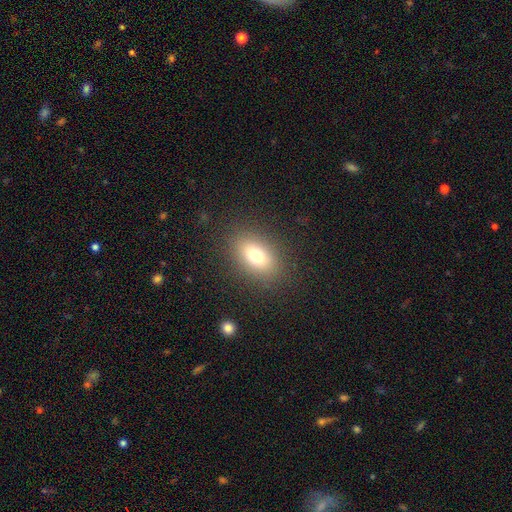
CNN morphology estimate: This appears to be a smooth galaxy with no disk features (74%) that is in between round and cigar-shaped (81%). Merging: none (85%).